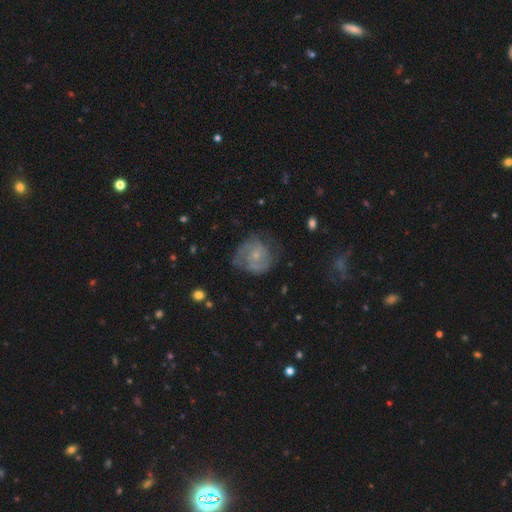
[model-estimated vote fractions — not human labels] The model was most divided on "spiral winding": tight: 46%, medium: 39%, loose: 15%. More confident: edge-on disk — no (98%); spiral arms — yes (84%); bar — no (73%); smooth or featured — featured or disk (68%); bulge size — small (67%); merging — none (58%); spiral arm count — 2 (52%).